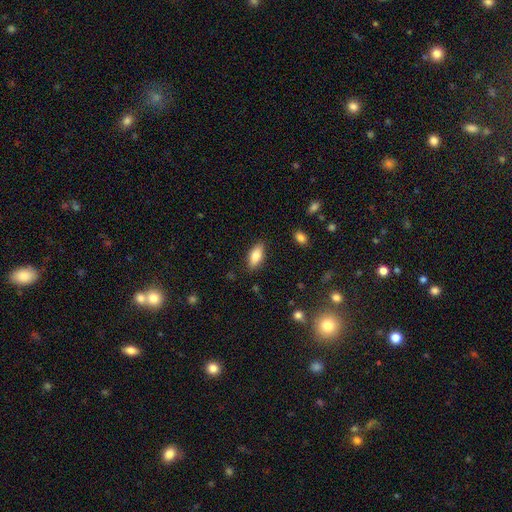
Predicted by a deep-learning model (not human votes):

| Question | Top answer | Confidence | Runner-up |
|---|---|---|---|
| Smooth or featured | smooth | 80% | featured or disk (13%) |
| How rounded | in between | 80% | cigar-shaped (17%) |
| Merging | none | 85% | minor disturbance (11%) |